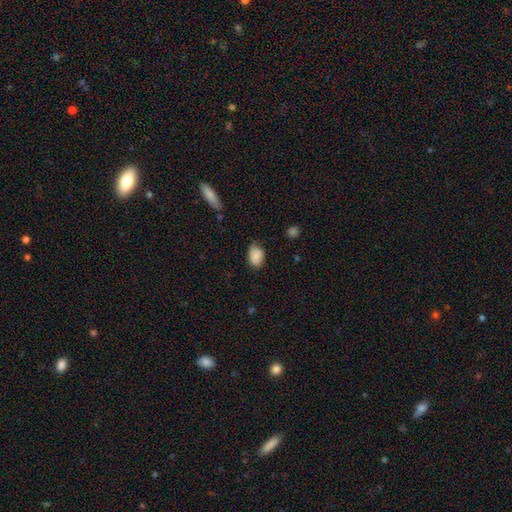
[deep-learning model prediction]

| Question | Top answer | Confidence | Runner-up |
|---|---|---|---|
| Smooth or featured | smooth | 86% | star or artifact (7%) |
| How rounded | in between | 82% | round (17%) |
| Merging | none | 70% | minor disturbance (24%) |